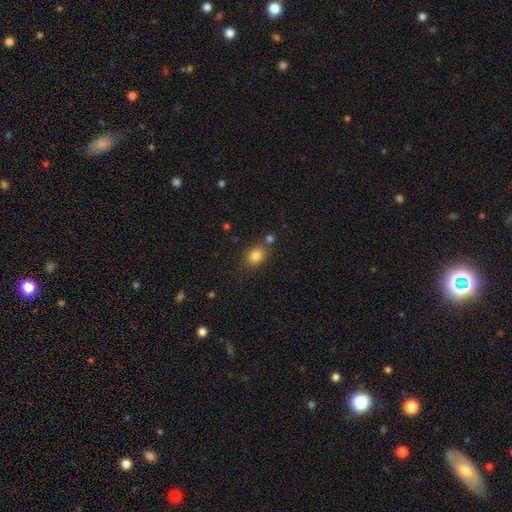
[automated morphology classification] smooth_or_featured: smooth (p=0.82) [alt: star or artifact p=0.11]
how_rounded: in between (p=0.54) [alt: round p=0.45]
merging: none (p=0.75) [alt: minor disturbance p=0.12]